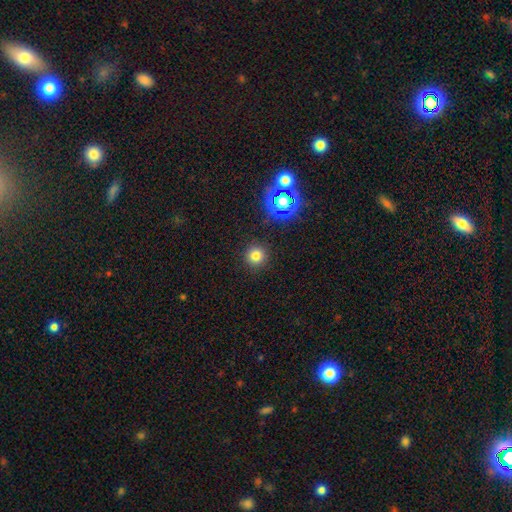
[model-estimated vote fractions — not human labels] Morphology: type=smooth (76%); roundness=round (95%); merging=none (91%).